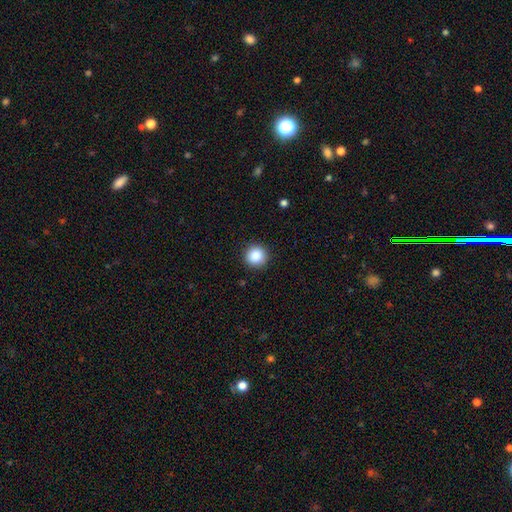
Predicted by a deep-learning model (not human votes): The model was most divided on "smooth or featured": smooth: 87%, star or artifact: 9%, featured or disk: 3%. More confident: how rounded — round (95%); merging — none (92%).